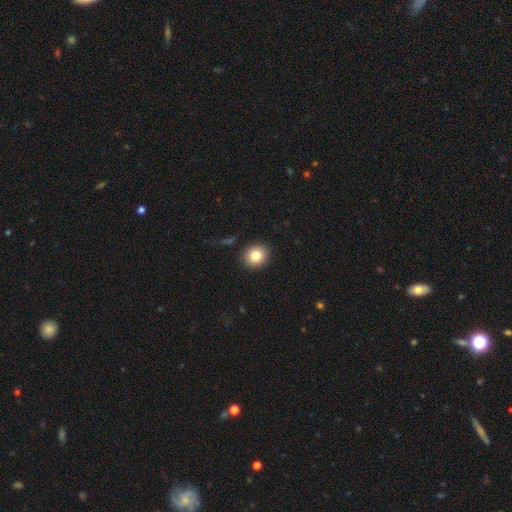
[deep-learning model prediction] Smooth or featured? Predicted: smooth (p=0.82). How rounded? Predicted: round (p=0.82). Merging? Predicted: none (p=0.91).